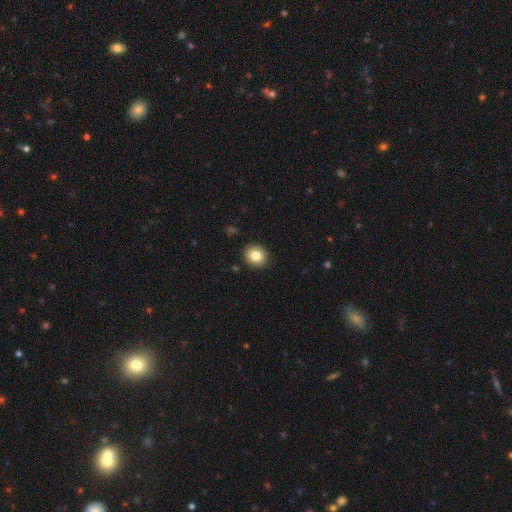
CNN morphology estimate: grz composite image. It shows a smooth galaxy with no disk features (83%) that is round (79%). Merging: none (91%).